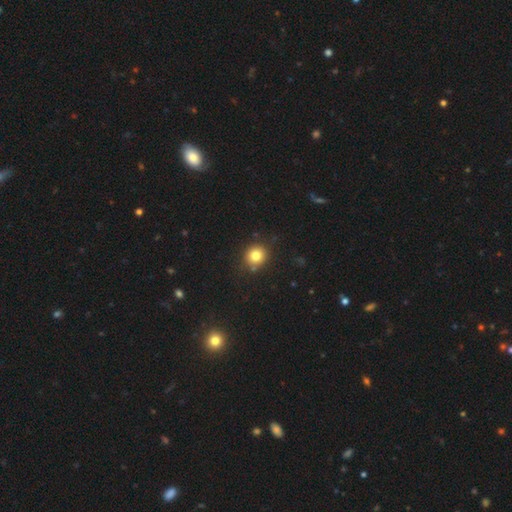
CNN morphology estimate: The model was most divided on "smooth or featured": smooth: 82%, star or artifact: 12%, featured or disk: 7%. More confident: how rounded — round (86%); merging — none (84%).